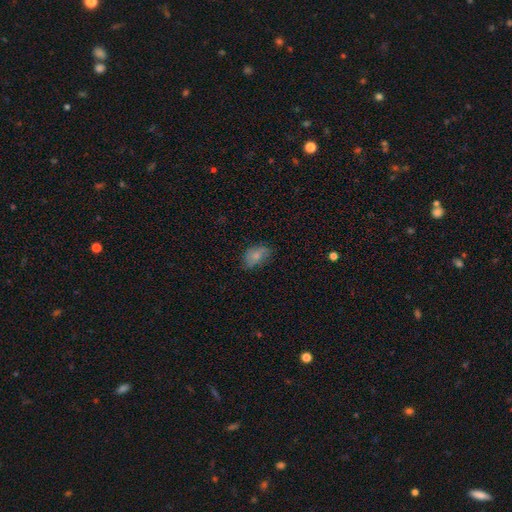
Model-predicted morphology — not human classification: The model was most divided on "merging": none: 63%, minor disturbance: 28%, major disturbance: 8%, merger: 1%. More confident: how rounded — in between (86%); smooth or featured — smooth (74%).